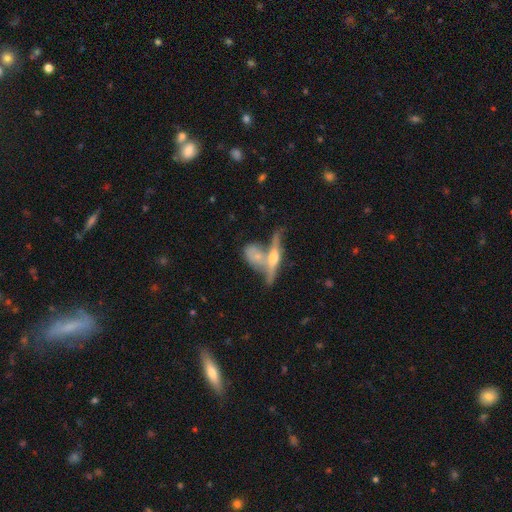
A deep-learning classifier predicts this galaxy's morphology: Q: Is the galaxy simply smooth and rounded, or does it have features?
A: featured or disk — 56%.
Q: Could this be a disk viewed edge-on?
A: yes — 71%.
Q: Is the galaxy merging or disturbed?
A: merger — 48%.